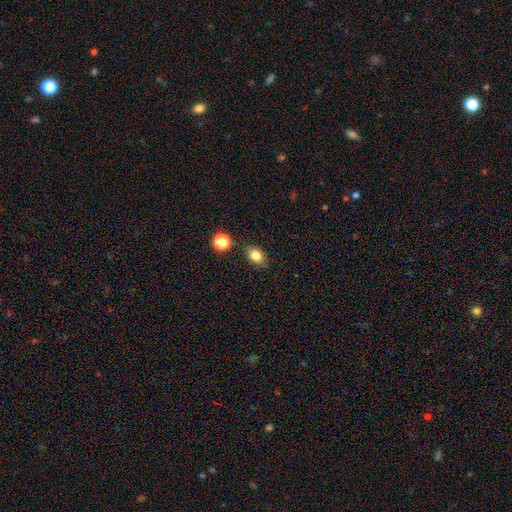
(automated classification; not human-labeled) Smooth or featured: smooth — 81% (star or artifact — 11%)
How rounded: in between — 63% (round — 35%)
Merging: none — 80% (minor disturbance — 13%)